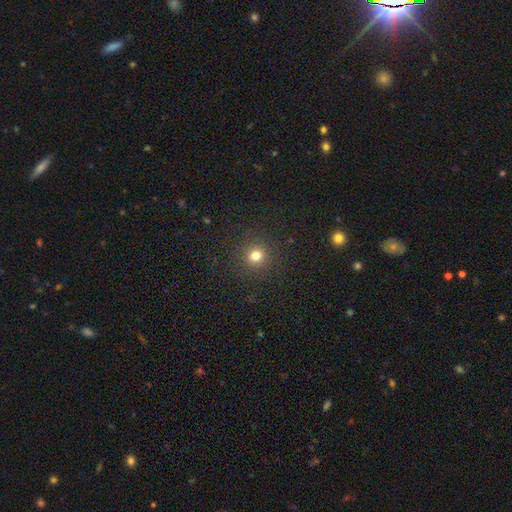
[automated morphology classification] A smooth galaxy with no disk features (77%) that is round (94%). Merging: none (90%).